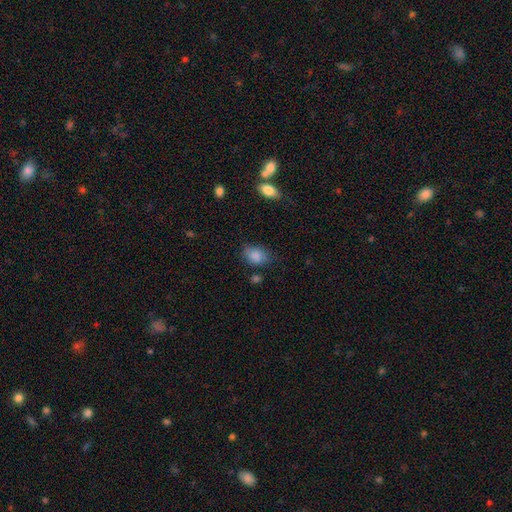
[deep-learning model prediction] Morphology: type=smooth (86%); roundness=in between (73%); merging=none (68%).